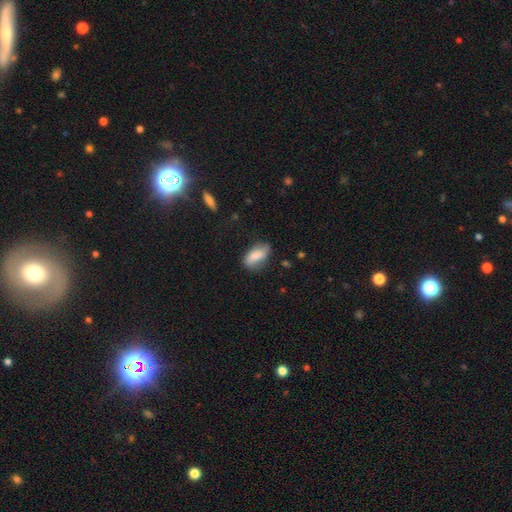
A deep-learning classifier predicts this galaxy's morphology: Smooth or featured? Predicted: smooth (p=0.80). How rounded? Predicted: in between (p=0.88). Merging? Predicted: none (p=0.67).